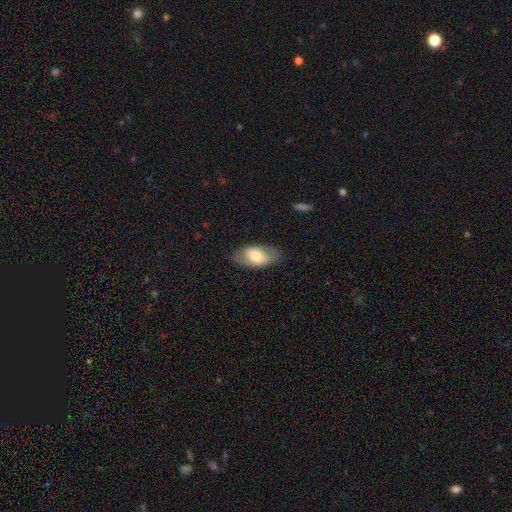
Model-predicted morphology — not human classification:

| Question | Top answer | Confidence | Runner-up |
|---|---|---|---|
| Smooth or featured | smooth | 60% | featured or disk (34%) |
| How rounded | in between | 92% | round (4%) |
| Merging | none | 77% | minor disturbance (16%) |